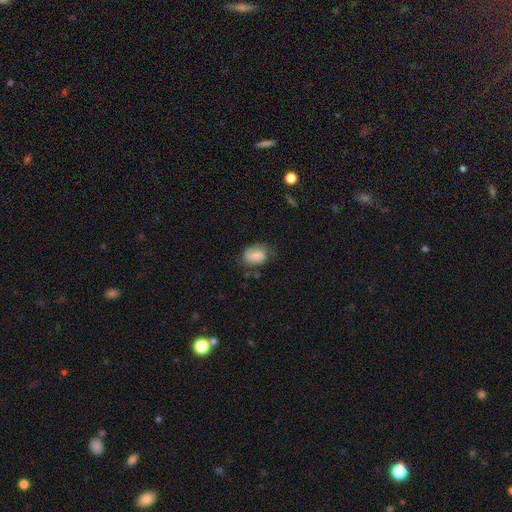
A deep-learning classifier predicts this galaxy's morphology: Q: Smooth or featured?
A: smooth (75%); runner-up: featured or disk (17%)
Q: How rounded?
A: in between (76%); runner-up: round (23%)
Q: Merging?
A: none (55%); runner-up: minor disturbance (30%)